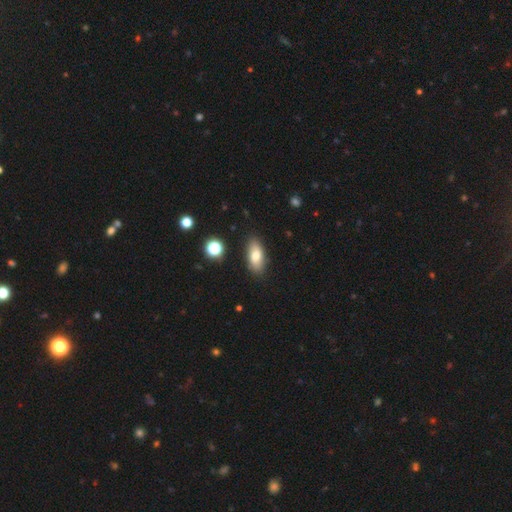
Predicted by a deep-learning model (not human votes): Q: Smooth or featured?
A: smooth (74%); runner-up: featured or disk (18%)
Q: How rounded?
A: in between (84%); runner-up: cigar-shaped (12%)
Q: Merging?
A: none (85%); runner-up: minor disturbance (10%)